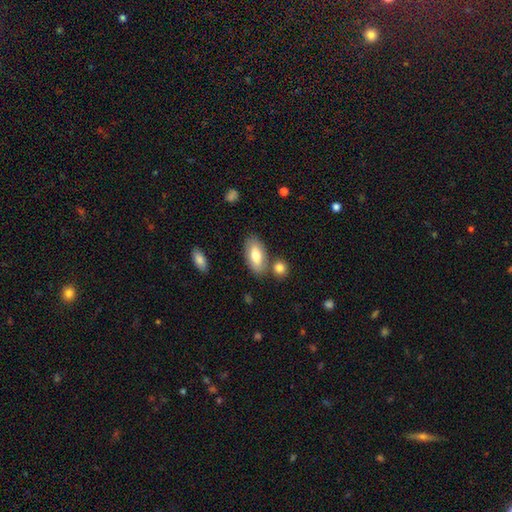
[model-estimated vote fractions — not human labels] smooth_or_featured: smooth (p=0.73) [alt: featured or disk p=0.21]
how_rounded: in between (p=0.89) [alt: cigar-shaped p=0.08]
merging: none (p=0.73) [alt: minor disturbance p=0.13]